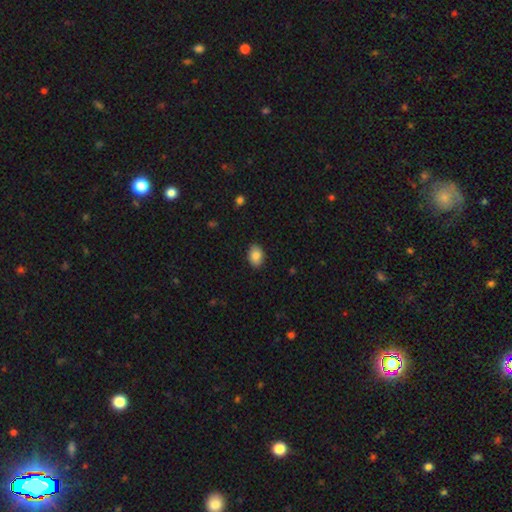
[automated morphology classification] Q: Smooth or featured?
A: smooth (86%); runner-up: star or artifact (8%)
Q: How rounded?
A: in between (82%); runner-up: round (17%)
Q: Merging?
A: none (89%); runner-up: minor disturbance (8%)